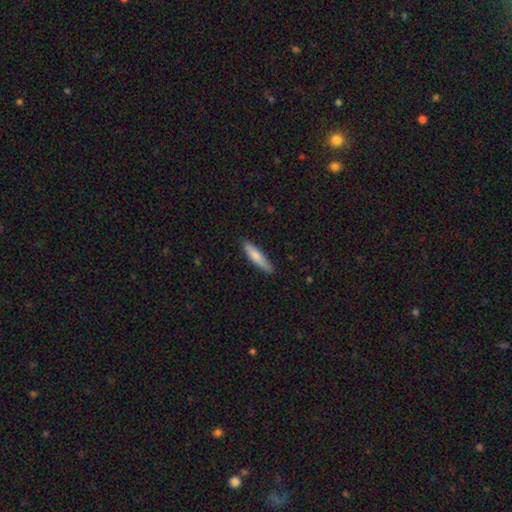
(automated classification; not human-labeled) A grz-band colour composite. It shows a smooth galaxy with no disk features (76%) that is cigar-shaped (82%). Merging: none (84%).